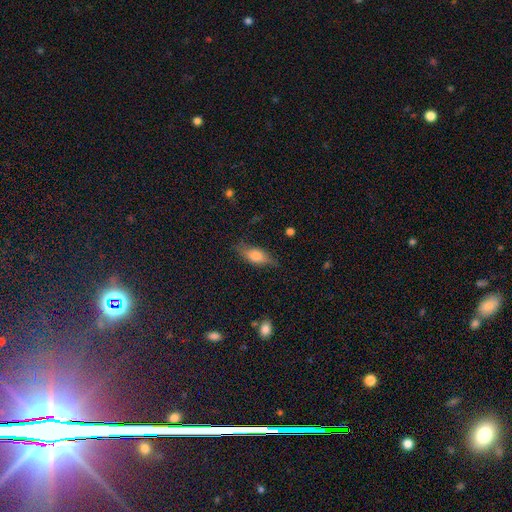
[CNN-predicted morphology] A smooth galaxy with no disk features (67%) that is in between round and cigar-shaped (77%). Merging: none (71%).